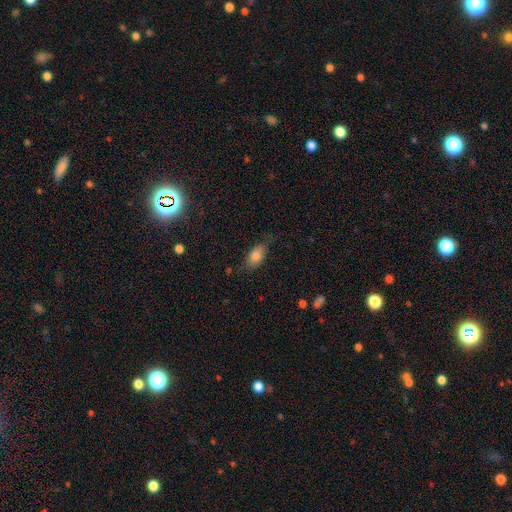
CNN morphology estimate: smooth 79%, featured or disk 13%, star or artifact 8%. Down the decision tree: how rounded — in between (86%); merging — none (70%).